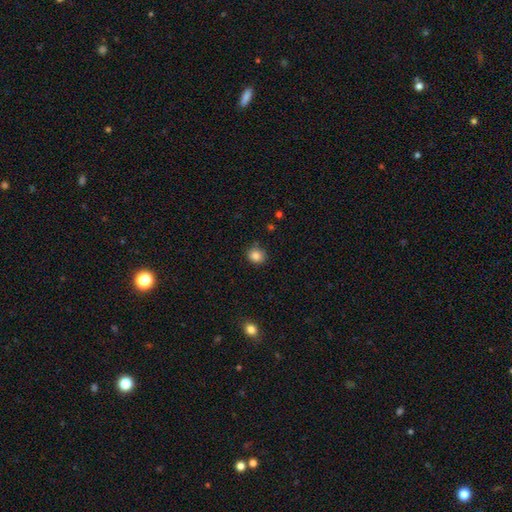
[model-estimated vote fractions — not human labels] Smooth or featured?
  - smooth: 85% *
  - star or artifact: 10%
  - featured or disk: 5%
How rounded?
  - round: 82% *
  - in between: 17%
  - cigar-shaped: 1%
Merging?
  - none: 81% *
  - minor disturbance: 14%
  - merger: 3%
  - major disturbance: 3%